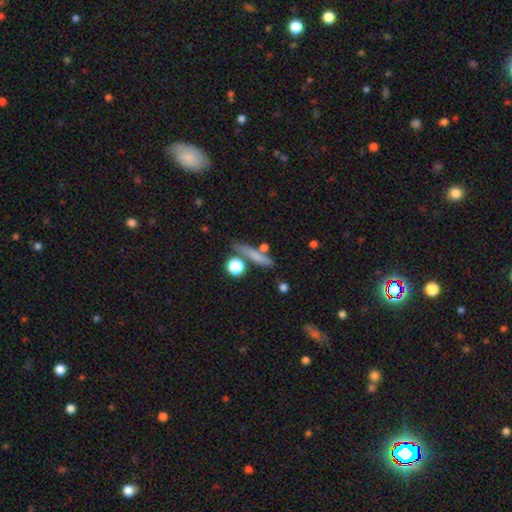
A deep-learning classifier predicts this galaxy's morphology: This is likely a smooth galaxy (69%). How rounded: likely cigar-shaped (78%). Merging: likely none (71%).